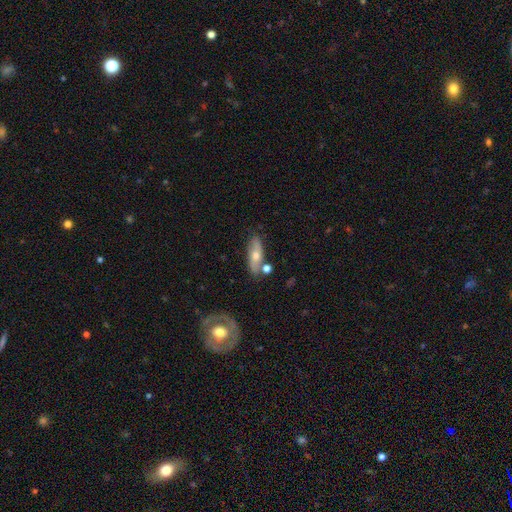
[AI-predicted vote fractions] The model was most divided on "smooth or featured": featured or disk: 50%, smooth: 43%, star or artifact: 7%. More confident: merging — none (73%).